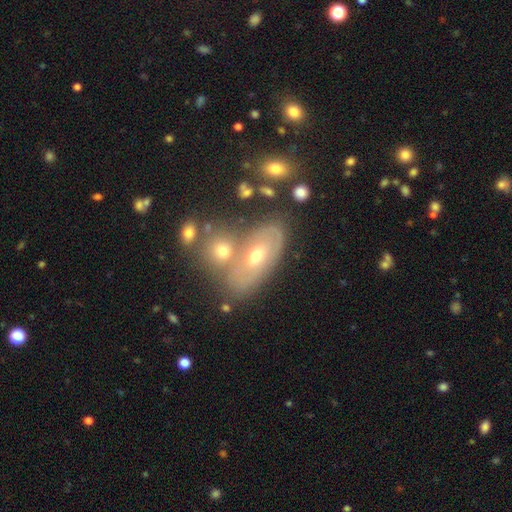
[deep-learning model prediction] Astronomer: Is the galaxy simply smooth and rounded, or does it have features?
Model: featured or disk — 53% (runner-up: smooth, 34%).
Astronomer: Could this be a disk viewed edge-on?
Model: no — 86%.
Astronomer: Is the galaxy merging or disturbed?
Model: none — 49% (runner-up: merger, 31%).